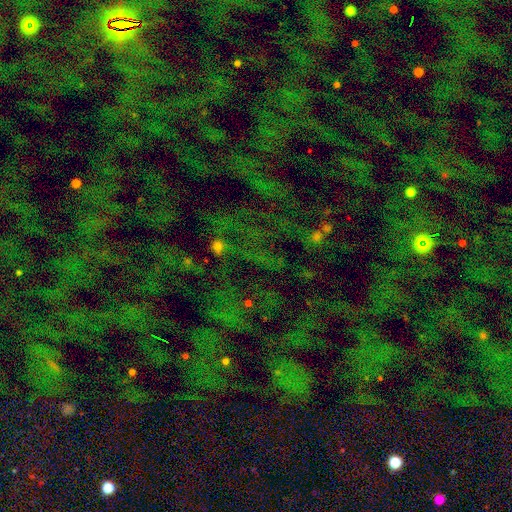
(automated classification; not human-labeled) Morphology: type=star or artifact (71%).